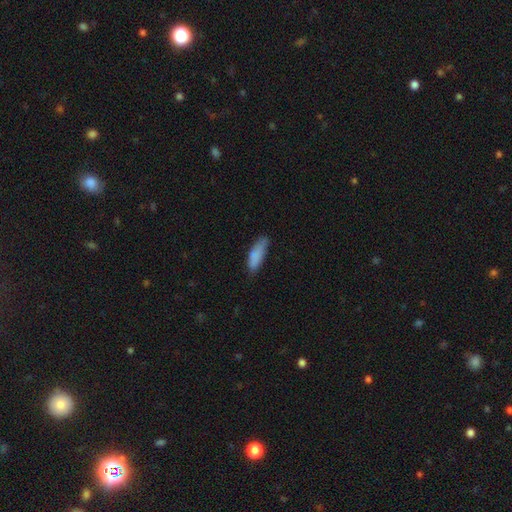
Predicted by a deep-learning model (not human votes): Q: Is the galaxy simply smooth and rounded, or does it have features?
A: smooth — 84%.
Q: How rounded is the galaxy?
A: in between — 53%.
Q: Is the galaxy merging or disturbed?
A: none — 63%.